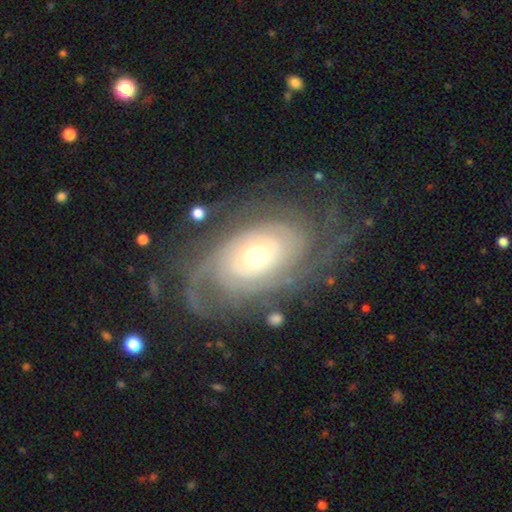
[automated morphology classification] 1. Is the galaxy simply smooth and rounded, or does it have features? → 85% featured or disk, 9% smooth, 6% star or artifact.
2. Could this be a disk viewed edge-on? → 95% no, 5% yes.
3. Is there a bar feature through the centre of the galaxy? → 79% no, 15% weak, 6% strong.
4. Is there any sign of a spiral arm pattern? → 93% yes, 7% no.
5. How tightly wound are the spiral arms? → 72% tight, 21% medium, 7% loose.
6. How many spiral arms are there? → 37% can't tell, 22% 2, 16% 3, 10% 4, 8% more than 4, 6% 1.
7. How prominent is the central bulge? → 60% moderate, 30% small, 8% large, 1% dominant, 1% none.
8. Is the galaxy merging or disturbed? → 71% none, 16% minor disturbance, 11% major disturbance, 2% merger.